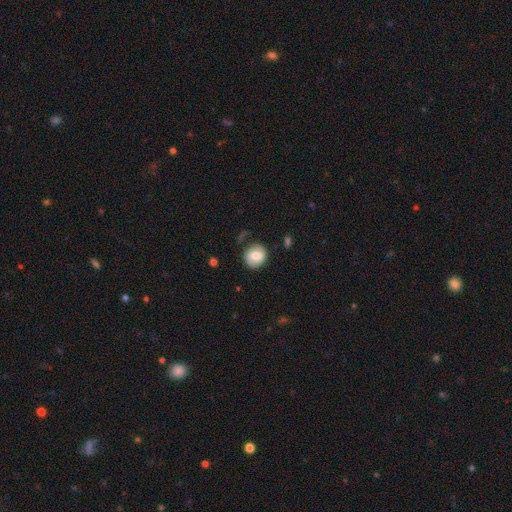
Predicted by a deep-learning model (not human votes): smooth-or-featured: smooth: 65% | featured or disk: 27% | star or artifact: 8%
  how-rounded: round: 81% | in between: 18% | cigar-shaped: 1%
  merging: none: 76% | minor disturbance: 16% | major disturbance: 5% | merger: 2%